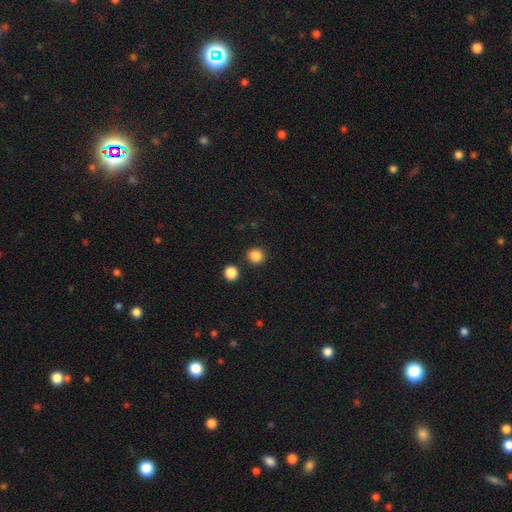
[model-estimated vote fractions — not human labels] smooth_or_featured: smooth (p=0.86) [alt: star or artifact p=0.11]
how_rounded: round (p=0.90) [alt: in between p=0.09]
merging: none (p=0.88) [alt: minor disturbance p=0.06]